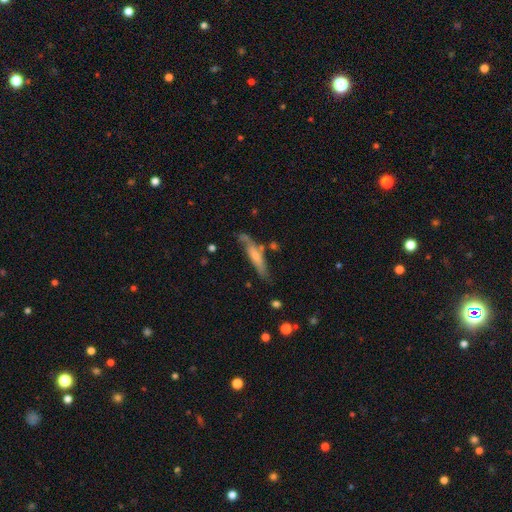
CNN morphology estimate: Overall: smooth (54%; featured or disk 40%). How rounded: cigar-shaped (81%). Merging: none (59%; minor disturbance 24%).